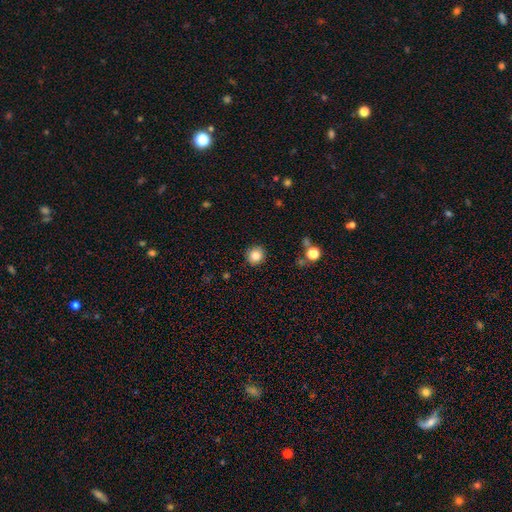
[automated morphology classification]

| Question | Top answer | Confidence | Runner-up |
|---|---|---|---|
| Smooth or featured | smooth | 83% | star or artifact (10%) |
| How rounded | round | 88% | in between (11%) |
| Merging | none | 90% | minor disturbance (6%) |